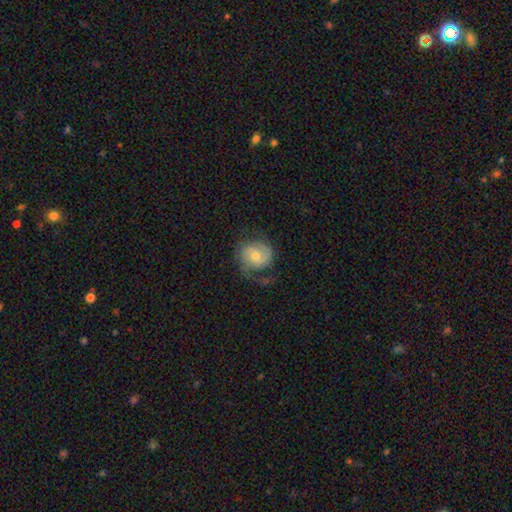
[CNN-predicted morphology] Smooth or featured: featured or disk — 63% (smooth — 30%)
Edge-on disk: no — 98% (yes — 2%)
Bar: no — 71% (weak — 24%)
Spiral arms: yes — 88% (no — 12%)
Spiral winding: medium — 40% (tight — 32%)
Spiral arm count: 2 — 65% (can't tell — 13%)
Bulge size: moderate — 51% (small — 42%)
Merging: none — 54% (major disturbance — 23%)